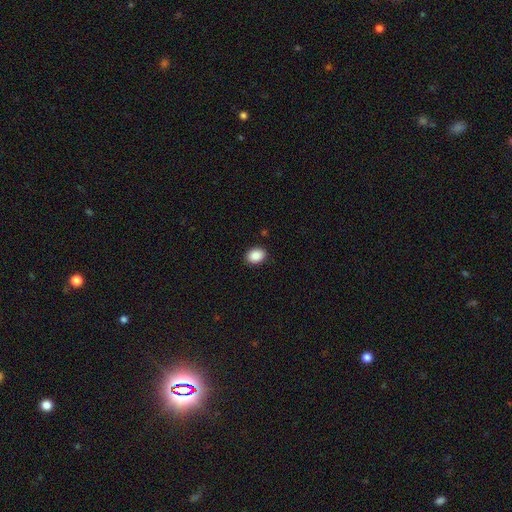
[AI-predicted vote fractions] Overall: smooth (89%). How rounded: in between (66%; round 33%). Merging: none (90%).